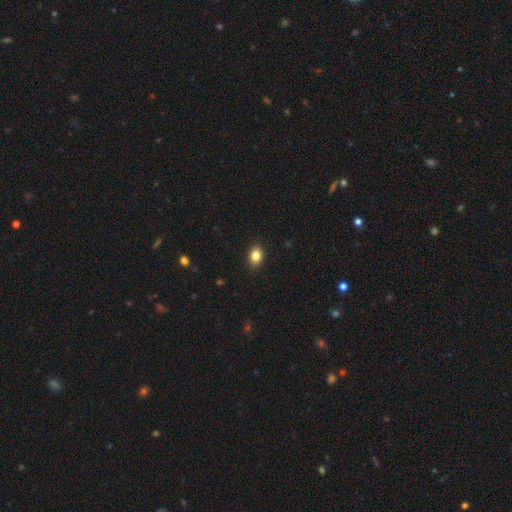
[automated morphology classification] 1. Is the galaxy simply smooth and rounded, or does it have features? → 85% smooth, 9% star or artifact, 6% featured or disk.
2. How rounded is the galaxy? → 73% in between, 26% round, 1% cigar-shaped.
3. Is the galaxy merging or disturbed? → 90% none, 7% minor disturbance, 2% major disturbance, 1% merger.